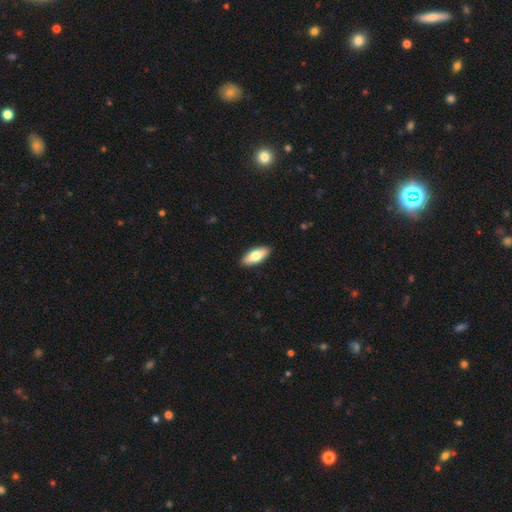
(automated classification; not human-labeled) Smooth or featured? Predicted: smooth (p=0.71). How rounded? Predicted: in between (p=0.77). Merging? Predicted: none (p=0.90).